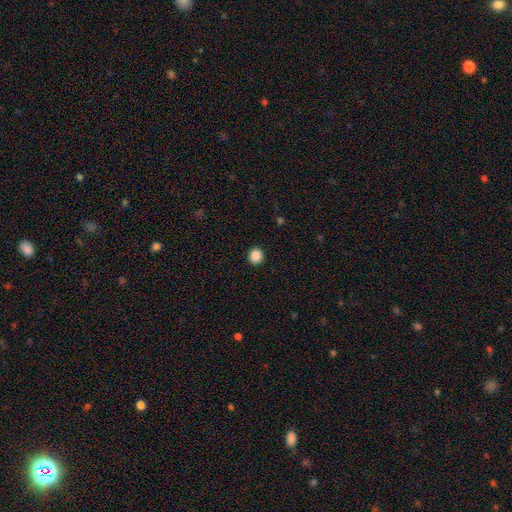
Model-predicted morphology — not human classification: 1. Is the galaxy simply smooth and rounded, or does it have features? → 88% smooth, 10% star or artifact, 2% featured or disk.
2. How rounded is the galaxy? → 92% round, 8% in between, 1% cigar-shaped.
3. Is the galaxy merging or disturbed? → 93% none, 4% minor disturbance, 2% major disturbance, 1% merger.